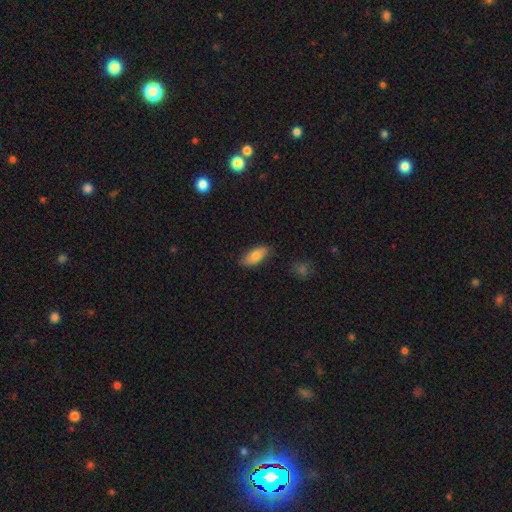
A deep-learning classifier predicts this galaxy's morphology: smooth_or_featured: smooth (p=0.78) [alt: featured or disk p=0.16]
how_rounded: in between (p=0.86) [alt: cigar-shaped p=0.11]
merging: none (p=0.84) [alt: minor disturbance p=0.12]